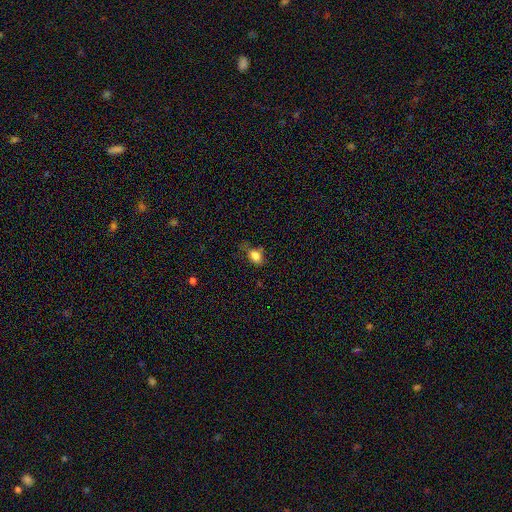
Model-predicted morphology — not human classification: Smooth or featured: smooth — 82% (star or artifact — 11%)
How rounded: in between — 77% (round — 22%)
Merging: none — 57% (minor disturbance — 27%)